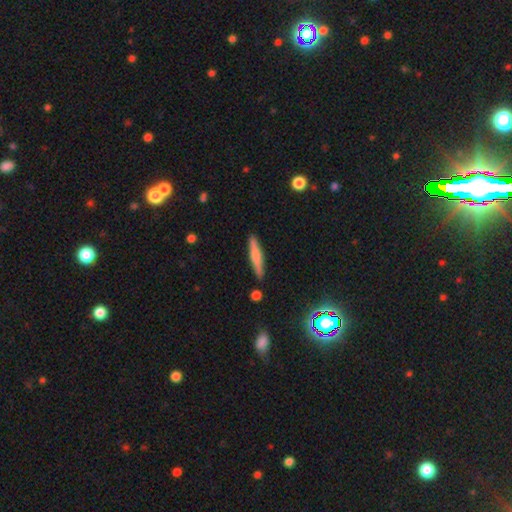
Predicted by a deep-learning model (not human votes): Smooth or featured? Predicted: smooth (p=0.63). How rounded? Predicted: cigar-shaped (p=0.91). Merging? Predicted: none (p=0.88).